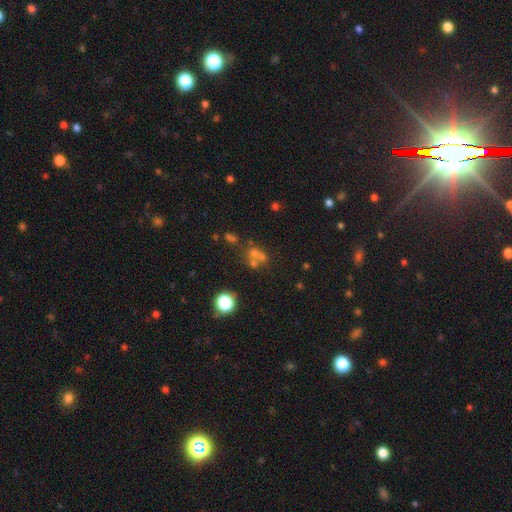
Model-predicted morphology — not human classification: Smooth or featured? Predicted: smooth (p=0.51). How rounded? Predicted: round (p=0.69). Merging? Predicted: merger (p=0.46).